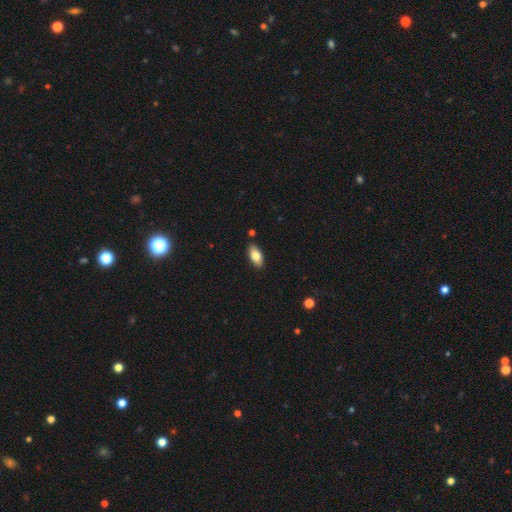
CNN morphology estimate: Q: Smooth or featured?
A: smooth (79%); runner-up: featured or disk (14%)
Q: How rounded?
A: in between (89%); runner-up: cigar-shaped (8%)
Q: Merging?
A: none (88%); runner-up: minor disturbance (9%)